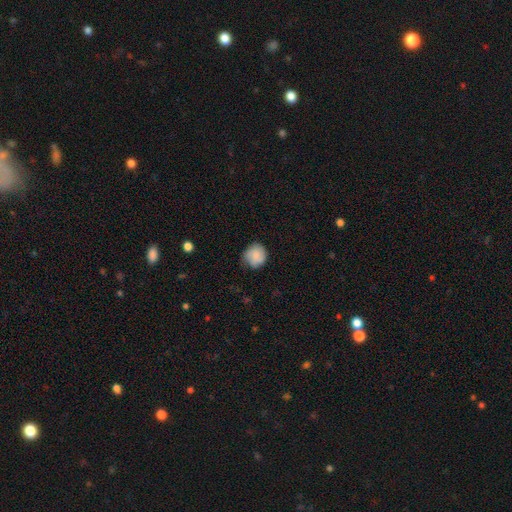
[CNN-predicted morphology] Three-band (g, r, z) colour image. It shows a smooth galaxy with no disk features (76%) that is round (84%). Merging: none (67%).